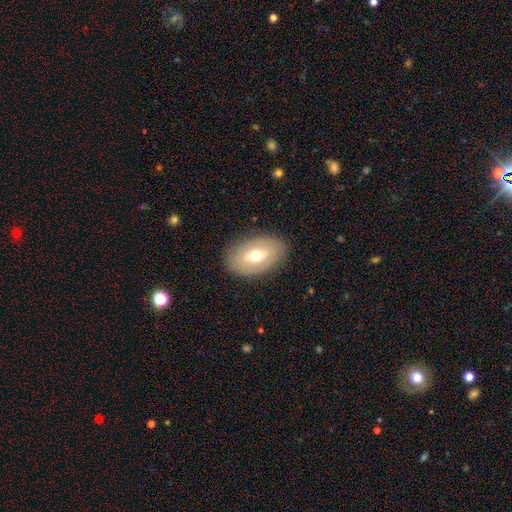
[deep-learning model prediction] Q: Smooth or featured?
A: smooth (49%); runner-up: featured or disk (44%)
Q: Merging?
A: none (85%); runner-up: minor disturbance (11%)